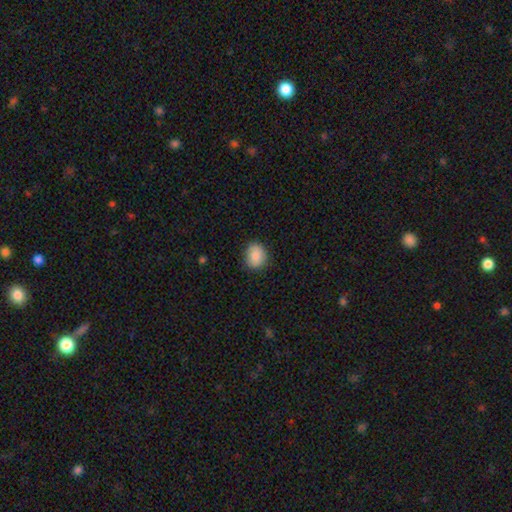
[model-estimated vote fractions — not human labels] smooth-or-featured: smooth: 88% | star or artifact: 8% | featured or disk: 4%
  how-rounded: round: 60% | in between: 39% | cigar-shaped: 1%
  merging: none: 83% | minor disturbance: 13% | major disturbance: 3% | merger: 1%